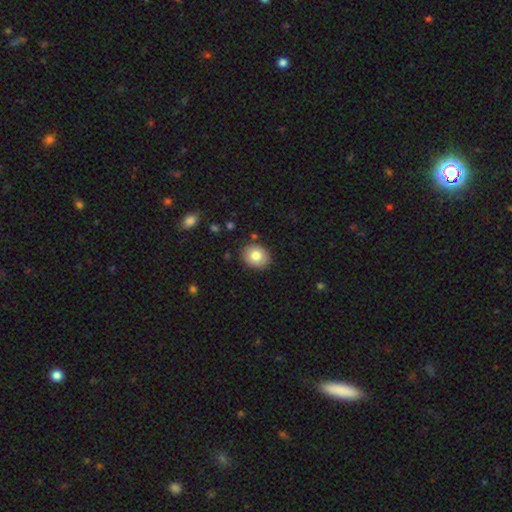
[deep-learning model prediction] smooth_or_featured: smooth (p=0.81) [alt: featured or disk p=0.10]
how_rounded: round (p=0.64) [alt: in between p=0.35]
merging: none (p=0.87) [alt: minor disturbance p=0.09]